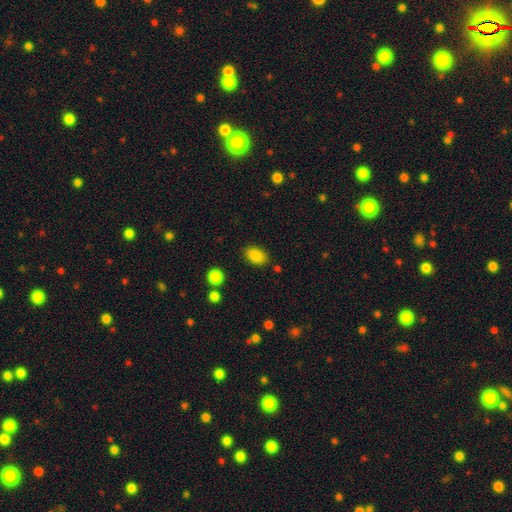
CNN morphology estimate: This appears to be a smooth galaxy with no disk features (87%) that is in between round and cigar-shaped (85%). Merging: none (84%).